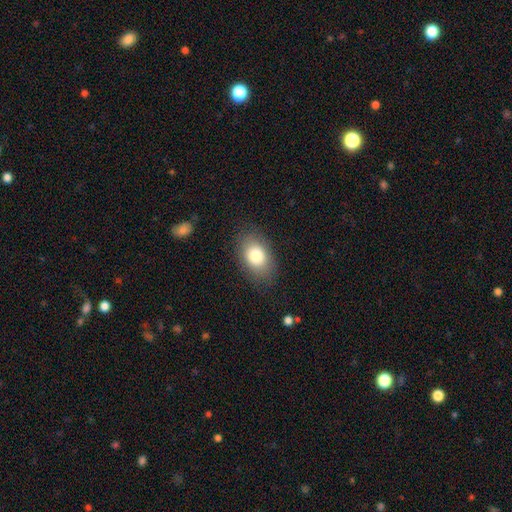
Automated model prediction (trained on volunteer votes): Smooth or featured? Predicted: smooth (p=0.80). How rounded? Predicted: in between (p=0.85). Merging? Predicted: none (p=0.82).